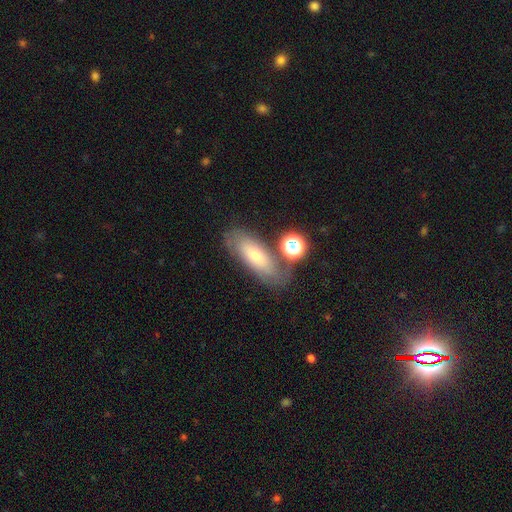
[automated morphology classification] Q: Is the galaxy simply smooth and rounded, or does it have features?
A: smooth — 58%.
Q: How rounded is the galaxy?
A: in between — 70%.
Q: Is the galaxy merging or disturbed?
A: none — 66%.